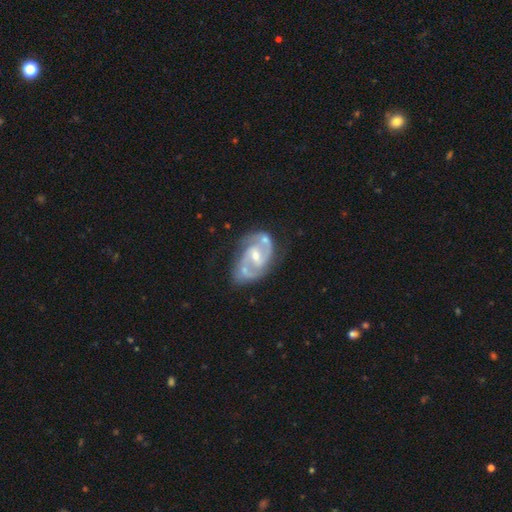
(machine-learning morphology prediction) Smooth or featured: featured or disk — 90% (smooth — 5%)
Edge-on disk: no — 98% (yes — 2%)
Bar: weak — 54% (no — 23%)
Spiral arms: yes — 97% (no — 3%)
Spiral winding: medium — 59% (tight — 28%)
Spiral arm count: 2 — 90% (3 — 4%)
Bulge size: moderate — 48% (small — 47%)
Merging: none — 65% (minor disturbance — 20%)